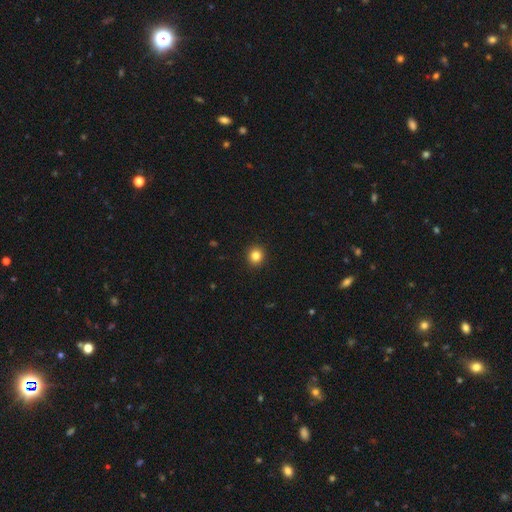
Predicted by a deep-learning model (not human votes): smooth 83%, star or artifact 11%, featured or disk 5%. Down the decision tree: how rounded — round (90%); merging — none (93%).